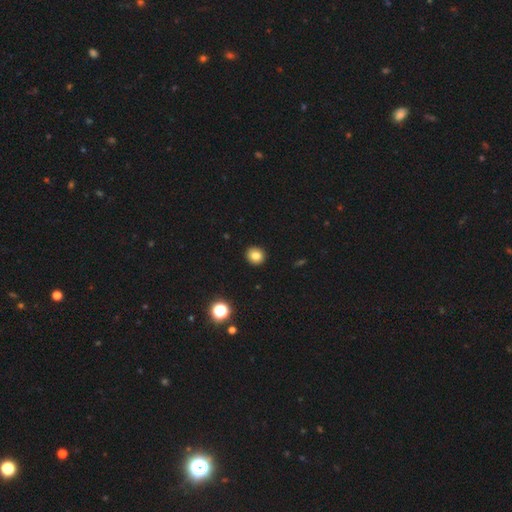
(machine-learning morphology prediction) smooth-or-featured: smooth: 81% | star or artifact: 12% | featured or disk: 8%
  how-rounded: round: 90% | in between: 9% | cigar-shaped: 1%
  merging: none: 93% | minor disturbance: 5% | major disturbance: 1% | merger: 1%